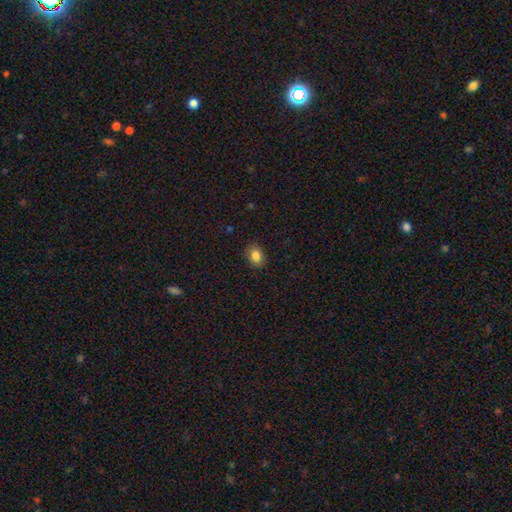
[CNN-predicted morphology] type=smooth (84%); roundness=in between (59%); merging=none (86%).